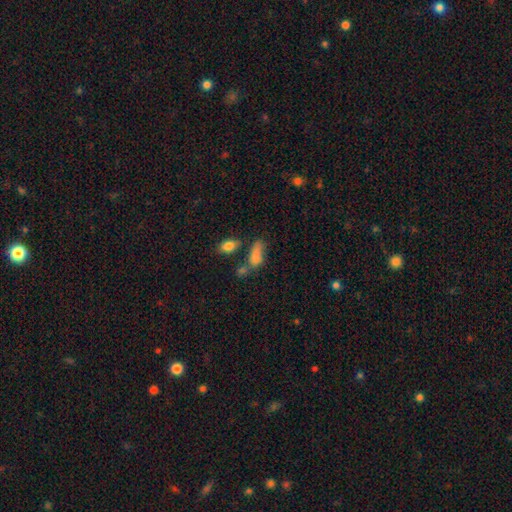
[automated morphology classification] A smooth galaxy with no disk features (77%) that is in between round and cigar-shaped (78%). Merging: none (34%).